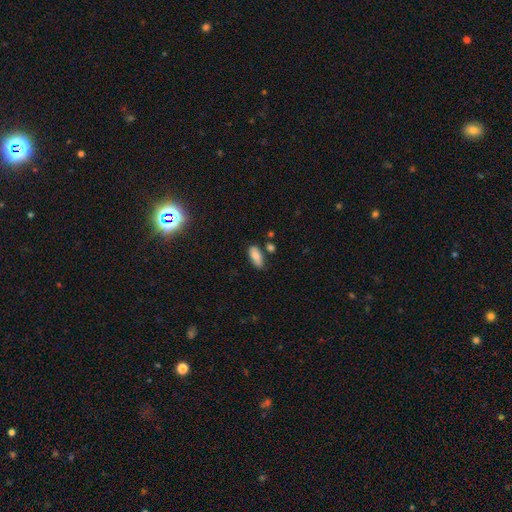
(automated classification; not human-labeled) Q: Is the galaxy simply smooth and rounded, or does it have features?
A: smooth — 84%.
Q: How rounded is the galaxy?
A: in between — 85%.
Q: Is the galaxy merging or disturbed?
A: none — 72%.